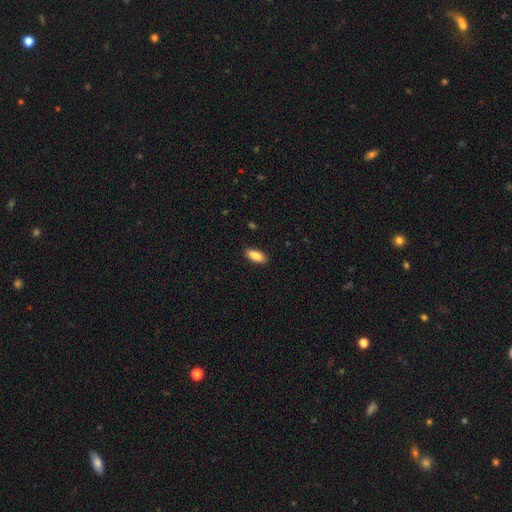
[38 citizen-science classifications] Q: Smooth or featured?
A: smooth (87%); runner-up: featured or disk (11%)
Q: How rounded?
A: in between (97%); runner-up: cigar-shaped (3%)
Q: Merging?
A: none (92%); runner-up: minor disturbance (3%)